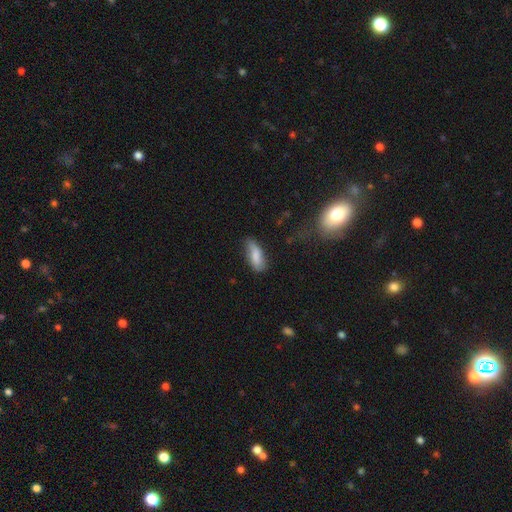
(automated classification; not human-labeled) smooth 81%, featured or disk 12%, star or artifact 7%. Down the decision tree: how rounded — in between (74%); merging — none (62%).